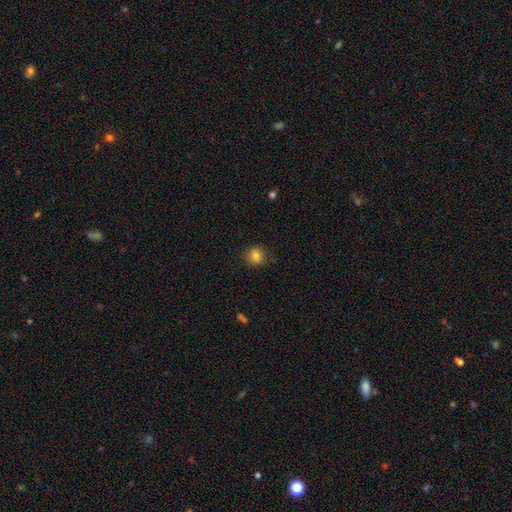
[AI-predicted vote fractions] This appears to be a smooth galaxy with no disk features (83%) that is round (78%). Merging: none (84%).